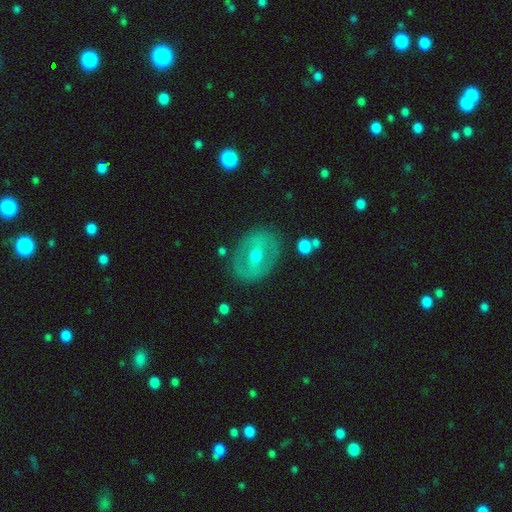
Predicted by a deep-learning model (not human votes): The model was most divided on "bar": weak: 39%, strong: 36%, no: 26%. More confident: edge-on disk — no (93%); merging — none (80%); spiral arms — no (70%); smooth or featured — featured or disk (64%); bulge size — moderate (52%).